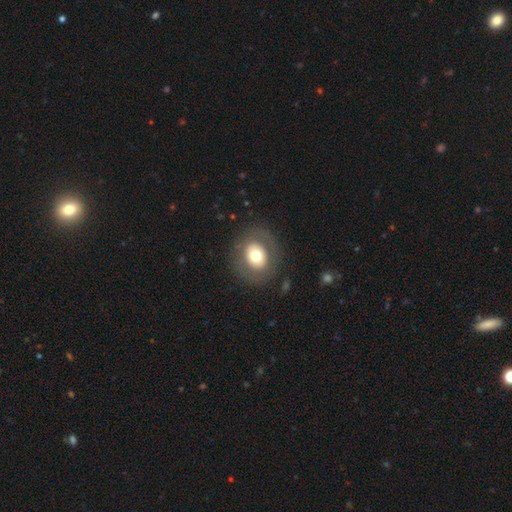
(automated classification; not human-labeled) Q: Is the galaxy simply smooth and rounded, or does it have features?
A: smooth — 63%.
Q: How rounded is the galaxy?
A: round — 61%.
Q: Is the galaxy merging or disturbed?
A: none — 82%.